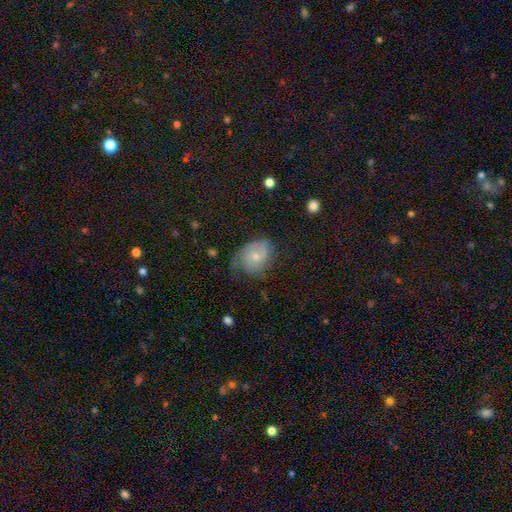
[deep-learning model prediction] Overall: smooth (46%; featured or disk 45%). Merging: none (46%; minor disturbance 34%).